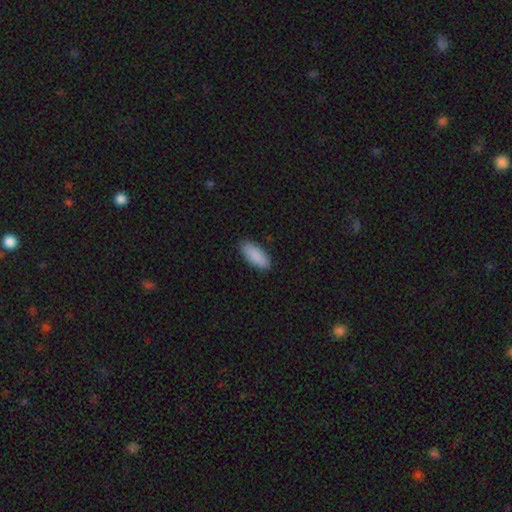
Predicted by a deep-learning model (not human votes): A smooth galaxy with no disk features (90%) that is in between round and cigar-shaped (84%).

Vote fractions:
- Smooth or featured? smooth: 90% / star or artifact: 6% / featured or disk: 4%
- How rounded? in between: 84% / cigar-shaped: 14% / round: 2%
- Merging? none: 88% / minor disturbance: 9% / major disturbance: 2% / merger: 1%